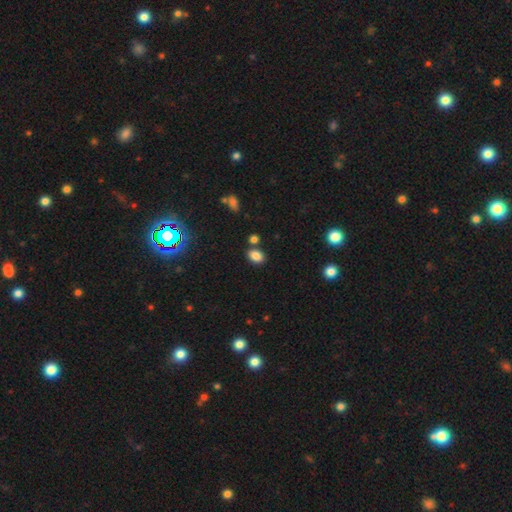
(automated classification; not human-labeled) Smooth or featured: smooth — 84% (star or artifact — 11%)
How rounded: in between — 77% (round — 22%)
Merging: none — 74% (merger — 11%)